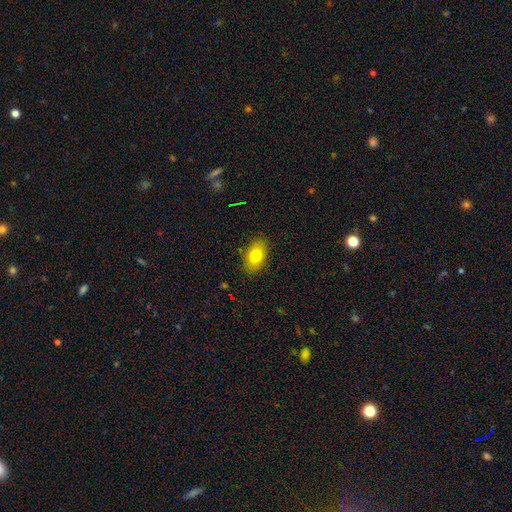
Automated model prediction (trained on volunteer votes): Smooth or featured? smooth (78%)
How rounded? in between (87%)
Merging? none (87%)